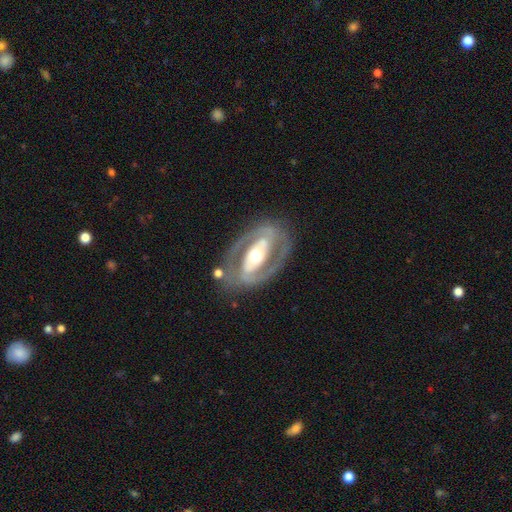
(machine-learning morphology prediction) Smooth or featured? featured or disk (83%)
Edge-on disk? no (95%)
Bar? strong (44%)
Spiral arms? yes (71%)
Spiral winding? medium (42%, tied with tight)
Spiral arm count? 2 (84%)
Bulge size? moderate (66%)
Merging? none (75%)